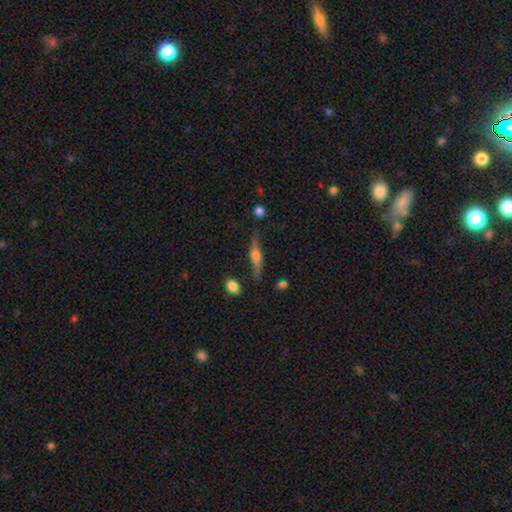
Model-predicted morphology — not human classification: featured or disk 59%, smooth 34%, star or artifact 7%. Down the decision tree: edge-on disk — yes (82%); merging — none (70%).